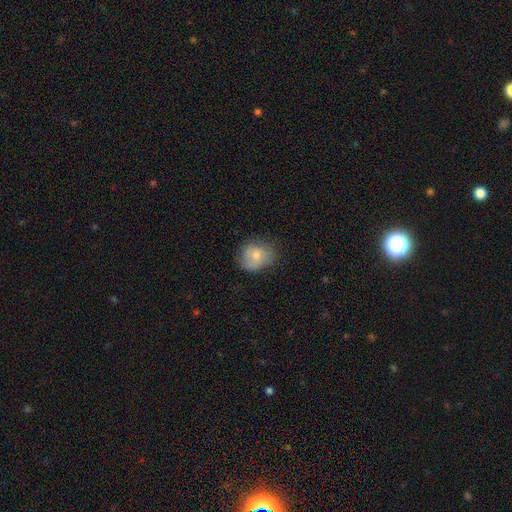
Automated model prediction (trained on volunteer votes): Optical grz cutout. It shows a smooth galaxy with no disk features (72%) that is round (63%). Merging: none (64%).